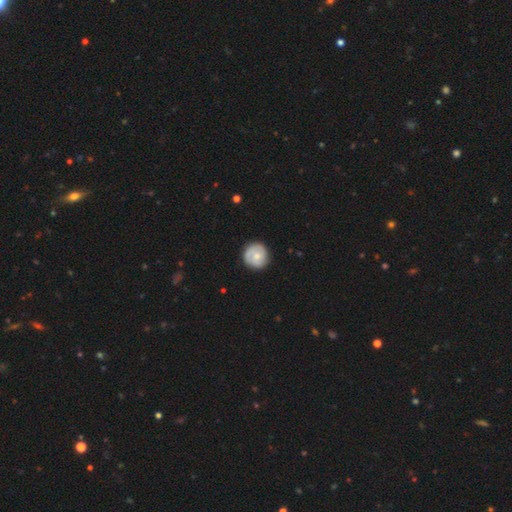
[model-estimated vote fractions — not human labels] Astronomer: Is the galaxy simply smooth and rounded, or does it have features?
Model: smooth — 54% (runner-up: featured or disk, 40%).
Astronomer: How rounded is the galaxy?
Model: round — 93%.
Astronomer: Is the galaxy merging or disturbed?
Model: none — 83%.